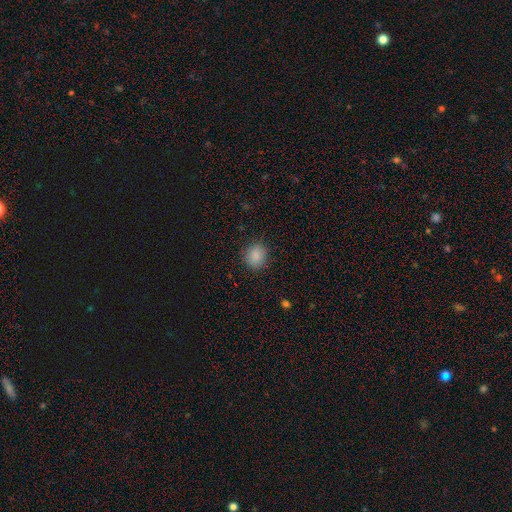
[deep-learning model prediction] A smooth galaxy with no disk features (87%) that is round (76%).

Vote fractions:
- Smooth or featured? smooth: 87% / star or artifact: 9% / featured or disk: 4%
- How rounded? round: 76% / in between: 23% / cigar-shaped: 1%
- Merging? none: 87% / minor disturbance: 9% / major disturbance: 3% / merger: 1%